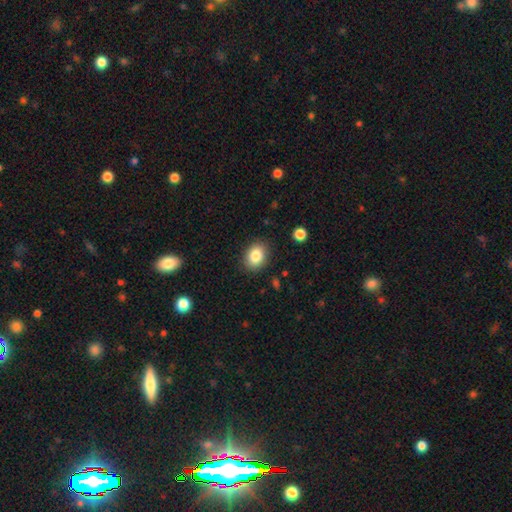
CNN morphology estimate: smooth 85%, star or artifact 8%, featured or disk 7%. Down the decision tree: how rounded — in between (65%); merging — none (87%).